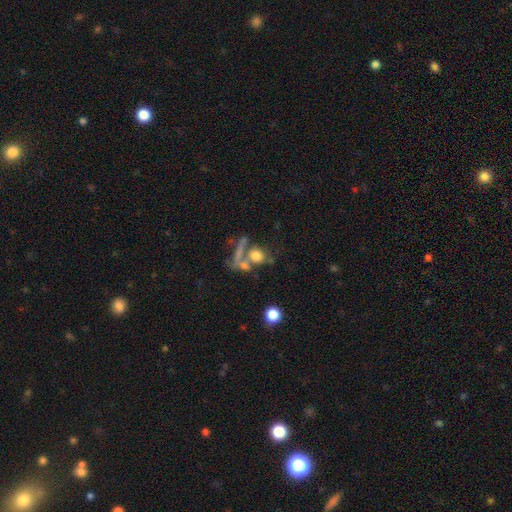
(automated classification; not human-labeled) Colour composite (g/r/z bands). It shows a smooth galaxy with no disk features (68%) that is round (68%). Merging: none (42%).